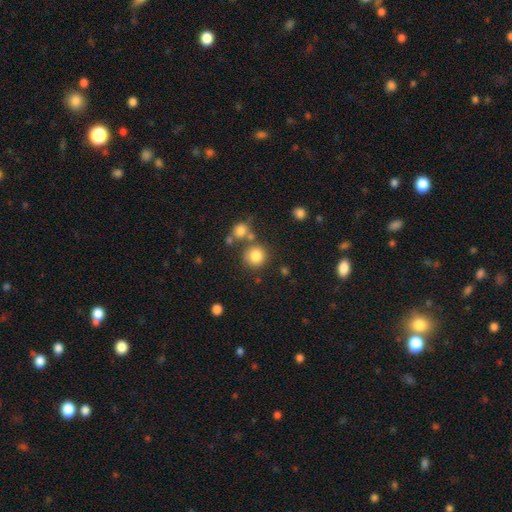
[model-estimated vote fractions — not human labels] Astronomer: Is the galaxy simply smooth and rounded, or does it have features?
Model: smooth — 82%.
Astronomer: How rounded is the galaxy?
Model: round — 89%.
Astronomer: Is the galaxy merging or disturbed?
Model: none — 72%.